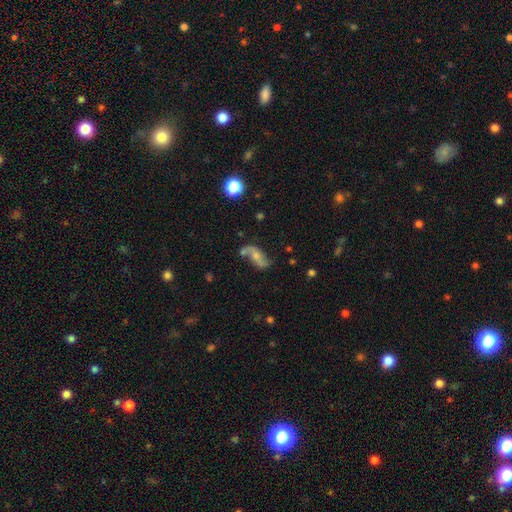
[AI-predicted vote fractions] Q: Smooth or featured?
A: featured or disk (71%); runner-up: smooth (21%)
Q: Edge-on disk?
A: no (94%); runner-up: yes (6%)
Q: Bar?
A: no (59%); runner-up: weak (30%)
Q: Spiral arms?
A: yes (89%); runner-up: no (11%)
Q: Spiral winding?
A: loose (83%); runner-up: medium (13%)
Q: Spiral arm count?
A: 2 (91%); runner-up: 1 (3%)
Q: Bulge size?
A: moderate (43%); tied with: small (43%)
Q: Merging?
A: none (56%); runner-up: minor disturbance (21%)